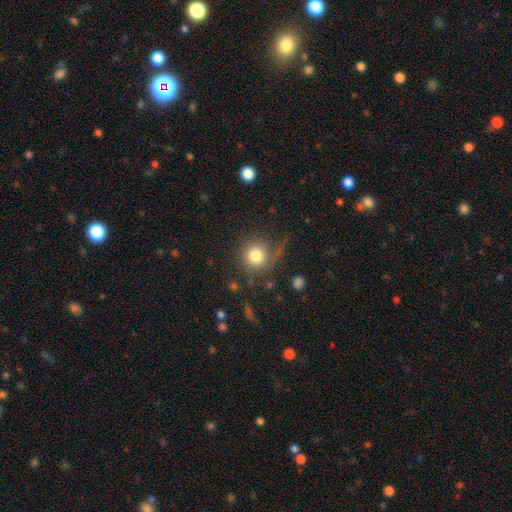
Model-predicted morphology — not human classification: Q: Smooth or featured?
A: smooth (78%); runner-up: featured or disk (12%)
Q: How rounded?
A: round (91%); runner-up: in between (8%)
Q: Merging?
A: none (65%); runner-up: minor disturbance (16%)